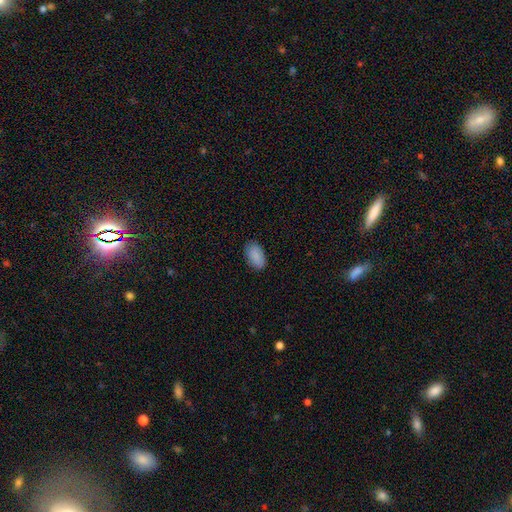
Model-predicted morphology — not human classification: A smooth galaxy with no disk features (89%) that is in between round and cigar-shaped (94%).

Vote fractions:
- Smooth or featured? smooth: 89% / star or artifact: 6% / featured or disk: 4%
- How rounded? in between: 94% / round: 4% / cigar-shaped: 2%
- Merging? none: 85% / minor disturbance: 11% / major disturbance: 2% / merger: 1%